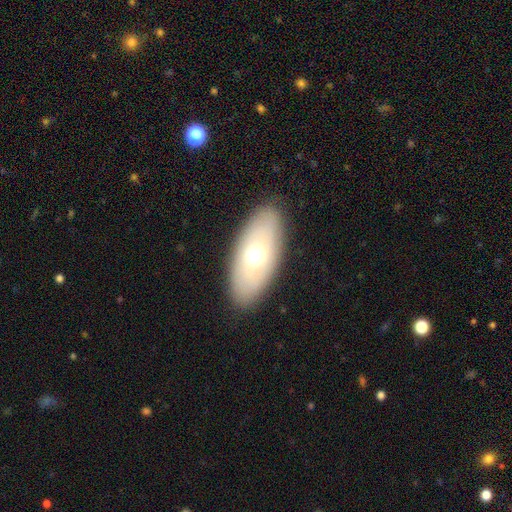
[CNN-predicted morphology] smooth-or-featured: smooth: 57% | featured or disk: 34% | star or artifact: 8%
  how-rounded: in between: 87% | cigar-shaped: 8% | round: 5%
  merging: none: 86% | minor disturbance: 10% | major disturbance: 4% | merger: 1%